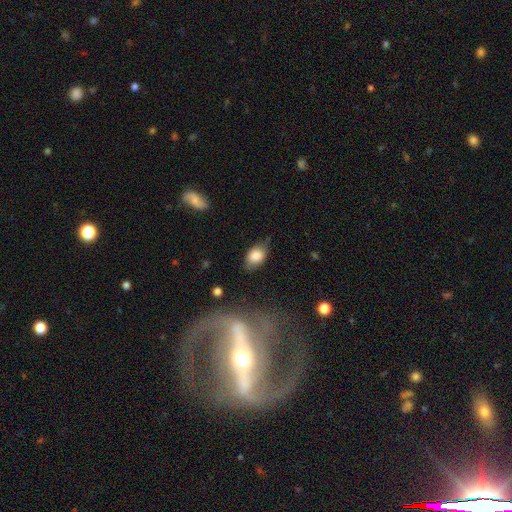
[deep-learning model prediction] smooth-or-featured: smooth: 82% | featured or disk: 10% | star or artifact: 8%
  how-rounded: in between: 84% | round: 14% | cigar-shaped: 2%
  merging: none: 71% | minor disturbance: 22% | major disturbance: 5% | merger: 2%